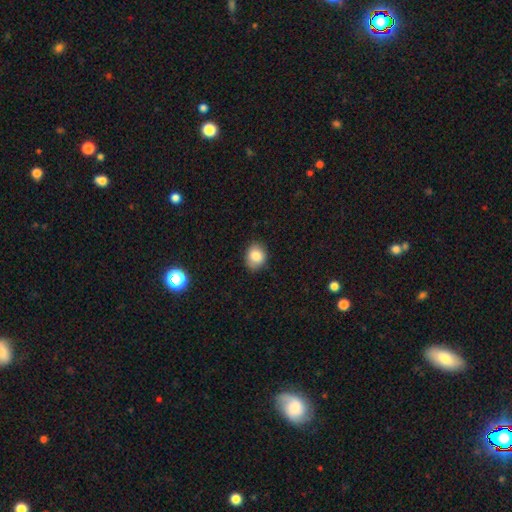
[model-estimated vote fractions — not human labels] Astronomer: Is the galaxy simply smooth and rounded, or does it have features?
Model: smooth — 83%.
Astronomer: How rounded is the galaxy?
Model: round — 57% (runner-up: in between, 42%).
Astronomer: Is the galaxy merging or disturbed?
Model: none — 83%.